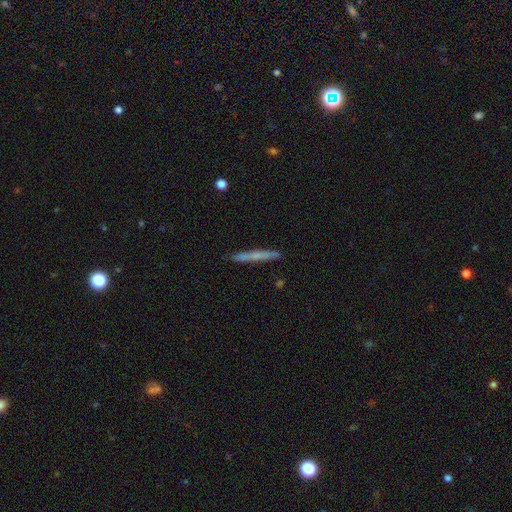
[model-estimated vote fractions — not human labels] A smooth galaxy with no disk features (57%) that is cigar-shaped (96%). Merging: none (90%).